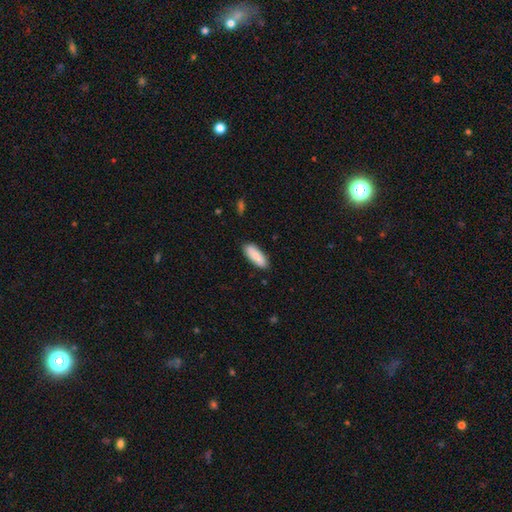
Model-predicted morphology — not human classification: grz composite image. It shows a smooth galaxy with no disk features (84%) that is in between round and cigar-shaped (67%). Merging: none (86%).